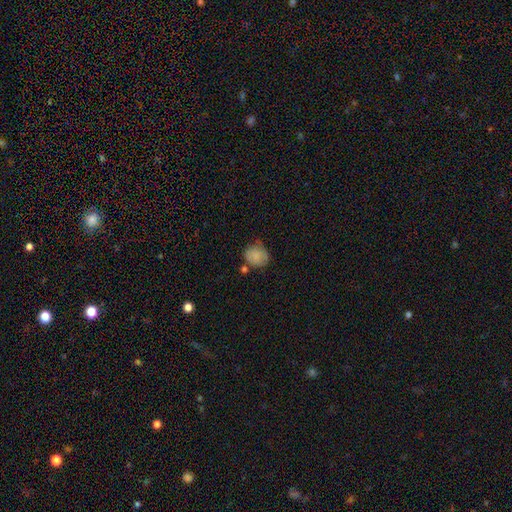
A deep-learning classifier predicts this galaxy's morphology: This is clearly a smooth galaxy (80%). How rounded: likely round (69%). Merging: possibly none (56%).